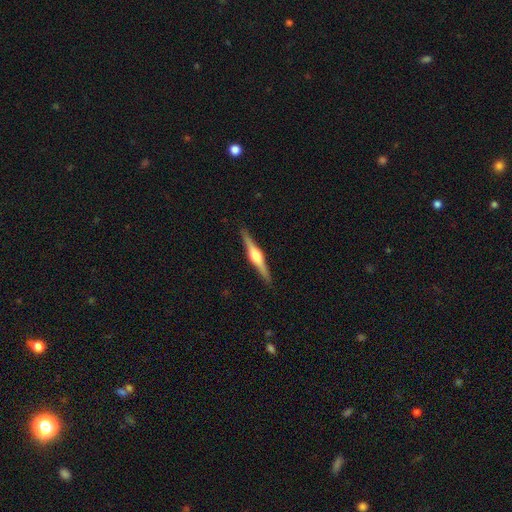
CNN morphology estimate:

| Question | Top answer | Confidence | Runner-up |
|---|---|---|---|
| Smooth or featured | featured or disk | 79% | smooth (17%) |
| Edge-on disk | yes | 98% | no (2%) |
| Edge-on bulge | rounded | 93% | boxy (5%) |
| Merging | none | 92% | minor disturbance (6%) |